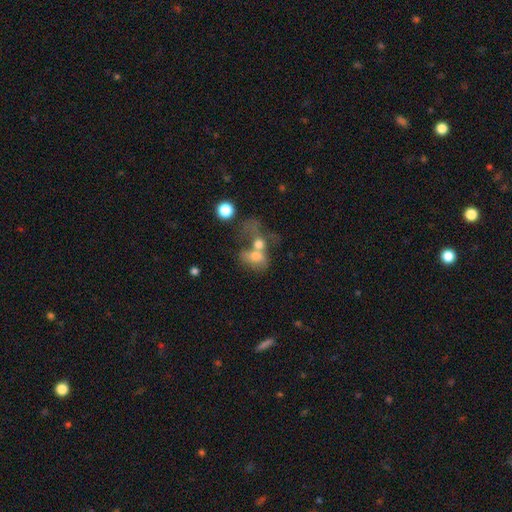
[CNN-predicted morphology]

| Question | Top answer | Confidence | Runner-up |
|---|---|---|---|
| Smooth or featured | smooth | 62% | featured or disk (26%) |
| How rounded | in between | 72% | round (25%) |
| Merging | merger | 63% | none (15%) |